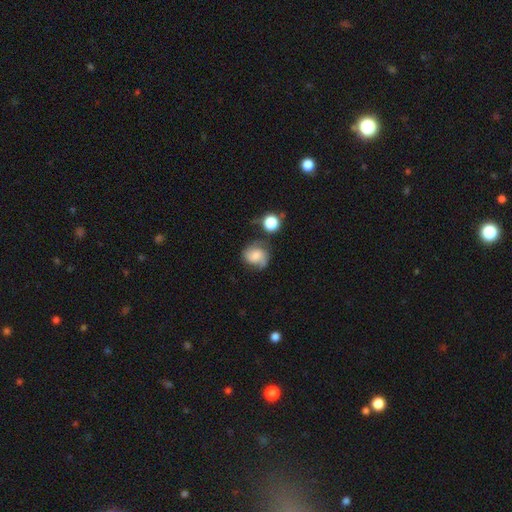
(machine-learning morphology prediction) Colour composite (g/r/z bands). It shows a featured or disk galaxy (46%). Merging: none (52%).